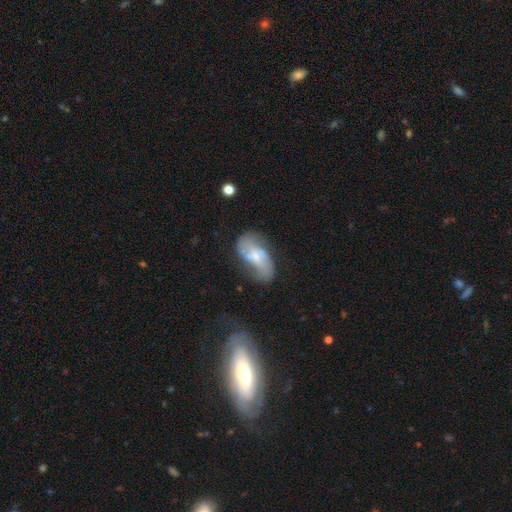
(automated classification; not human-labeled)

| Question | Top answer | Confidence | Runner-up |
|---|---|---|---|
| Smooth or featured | featured or disk | 67% | smooth (26%) |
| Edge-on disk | no | 96% | yes (4%) |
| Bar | no | 48% | weak (40%) |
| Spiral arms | yes | 85% | no (15%) |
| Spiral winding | loose | 48% | medium (38%) |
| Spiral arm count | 2 | 83% | can't tell (10%) |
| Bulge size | small | 59% | moderate (31%) |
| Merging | none | 50% | minor disturbance (25%) |